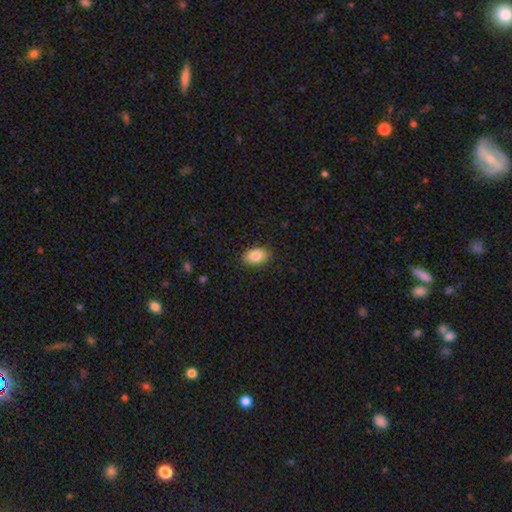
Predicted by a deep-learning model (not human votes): This is clearly a smooth galaxy (86%). How rounded: clearly in between (88%). Merging: clearly none (88%).